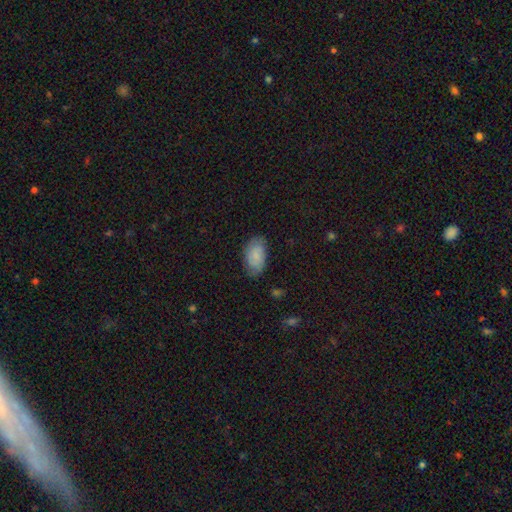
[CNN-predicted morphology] type=smooth (69%); roundness=in between (94%); merging=none (73%).